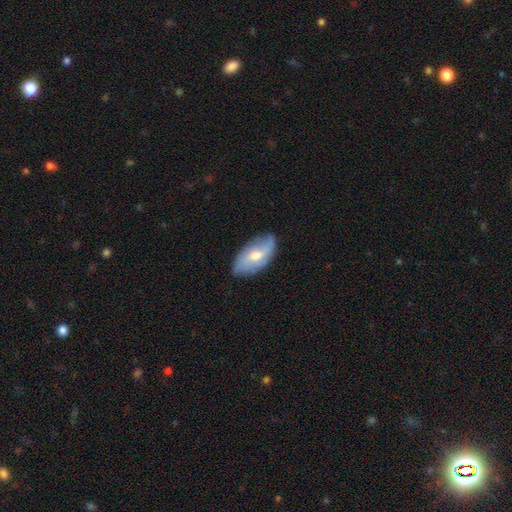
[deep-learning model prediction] smooth-or-featured: featured or disk: 53% | smooth: 41% | star or artifact: 6%
  disk-edge-on: no: 90% | yes: 10%
  merging: none: 73% | minor disturbance: 21% | major disturbance: 5% | merger: 1%